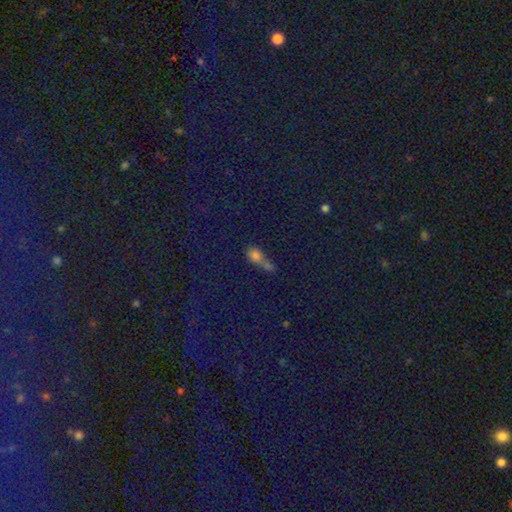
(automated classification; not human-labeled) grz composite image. It shows a smooth galaxy with no disk features (62%) that is in between round and cigar-shaped (50%). Merging: merger (49%).